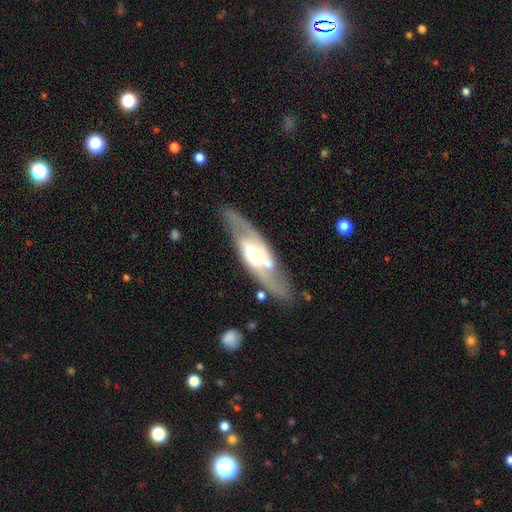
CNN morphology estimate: Smooth or featured? Predicted: featured or disk (p=0.80). Edge-on disk? Predicted: no (p=0.79). Bar? Predicted: no (p=0.46). Spiral arms? Predicted: yes (p=0.88). Spiral winding? Predicted: medium (p=0.46). Spiral arm count? Predicted: 2 (p=0.84). Bulge size? Predicted: moderate (p=0.53). Merging? Predicted: none (p=0.71).